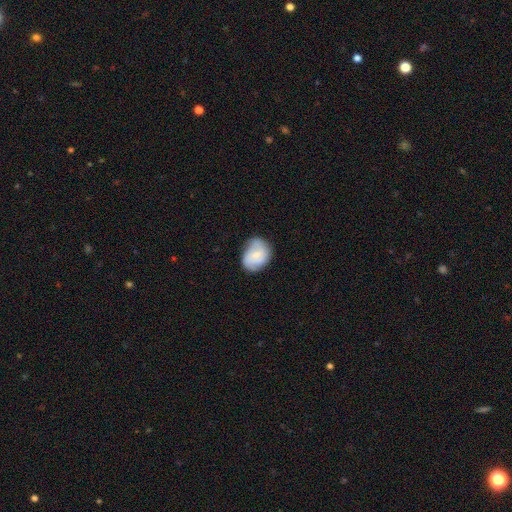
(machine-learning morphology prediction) type=smooth (62%); roundness=in between (58%); merging=none (60%).